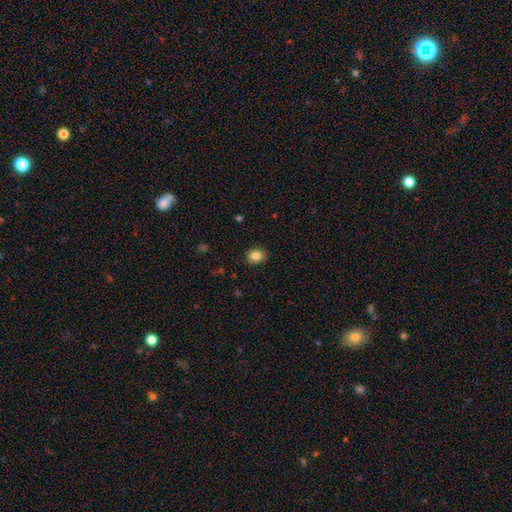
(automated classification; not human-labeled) This is clearly a smooth galaxy (85%). How rounded: possibly round (51%). Merging: clearly none (88%).